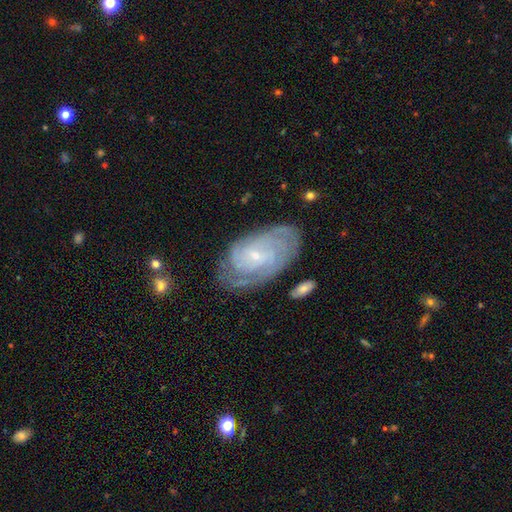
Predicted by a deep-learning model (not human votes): Overall: featured or disk (84%). Edge-on disk: no (96%). Bar: no (55%; weak 36%). Spiral arms: yes (96%). Spiral arm count: can't tell (32%; 2 24%). Spiral winding: tight (72%). Bulge size: small (82%). Merging: none (74%).